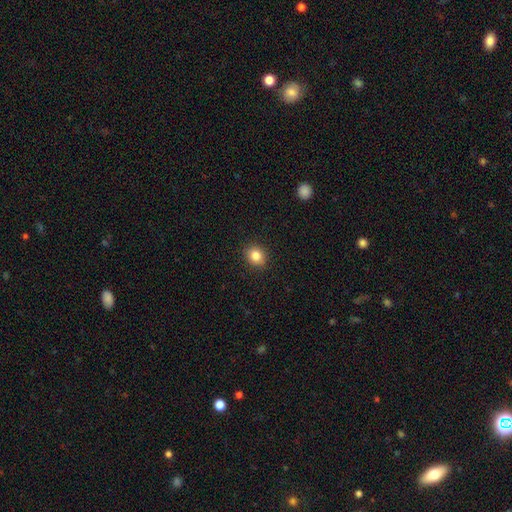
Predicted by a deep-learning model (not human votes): A smooth galaxy with no disk features (84%) that is round (70%).

Vote fractions:
- Smooth or featured? smooth: 84% / star or artifact: 10% / featured or disk: 6%
- How rounded? round: 70% / in between: 29% / cigar-shaped: 1%
- Merging? none: 90% / minor disturbance: 7% / major disturbance: 2% / merger: 1%